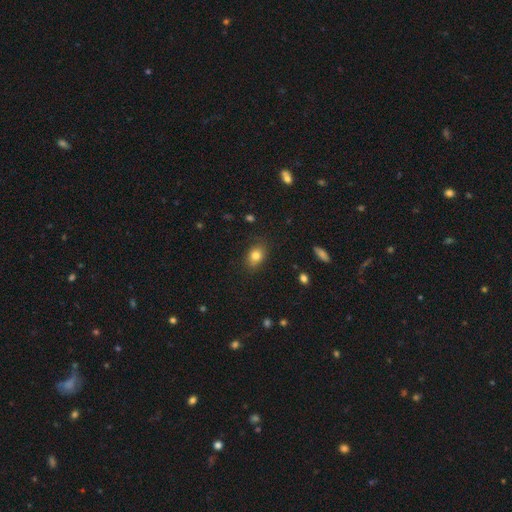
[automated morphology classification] smooth 82%, star or artifact 10%, featured or disk 8%. Down the decision tree: how rounded — in between (64%); merging — none (80%).